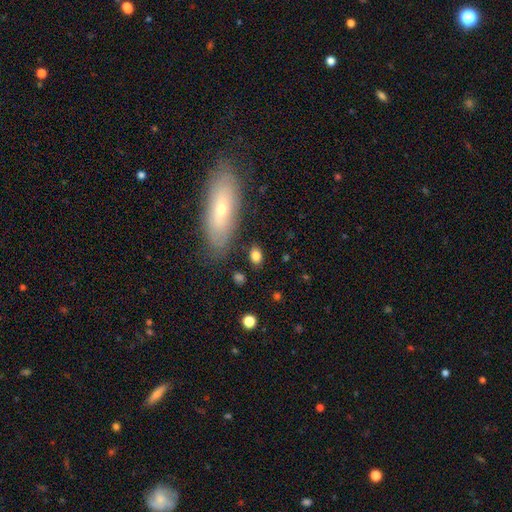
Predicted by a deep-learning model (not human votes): smooth-or-featured: smooth: 81% | star or artifact: 10% | featured or disk: 9%
  how-rounded: in between: 72% | round: 24% | cigar-shaped: 3%
  merging: none: 82% | minor disturbance: 11% | major disturbance: 4% | merger: 3%